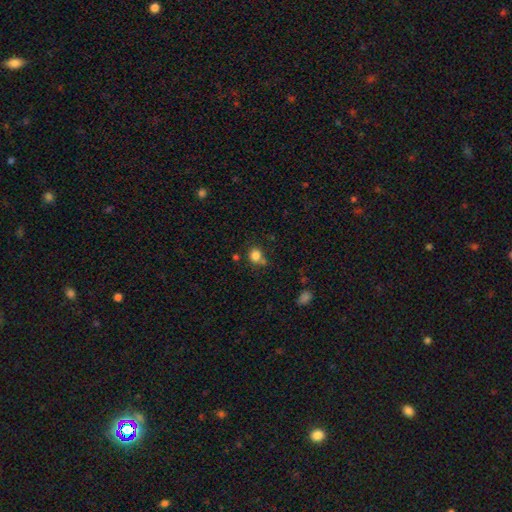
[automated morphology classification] Smooth or featured: smooth — 81% (star or artifact — 13%)
How rounded: round — 79% (in between — 20%)
Merging: none — 61% (minor disturbance — 17%)